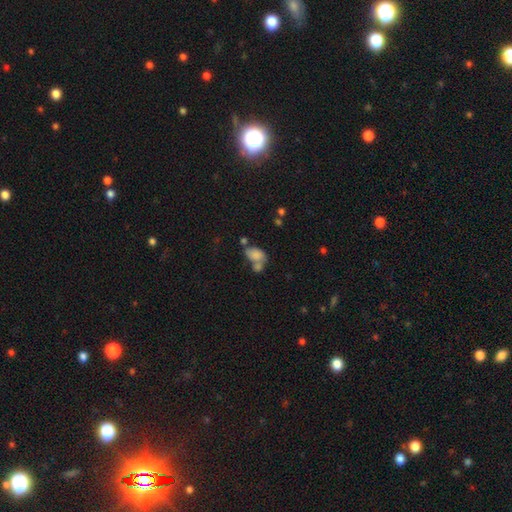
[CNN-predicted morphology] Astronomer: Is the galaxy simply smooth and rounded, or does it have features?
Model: smooth — 77%.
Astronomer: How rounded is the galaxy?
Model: in between — 84%.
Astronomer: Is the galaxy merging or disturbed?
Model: merger — 49% (runner-up: none, 28%).